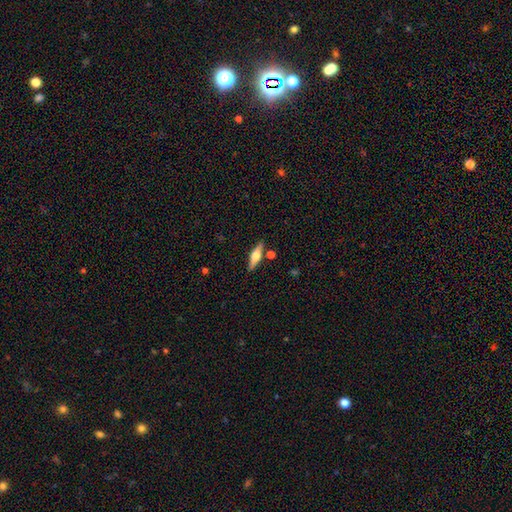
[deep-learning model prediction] Smooth or featured?
  - featured or disk: 53% *
  - smooth: 40%
  - star or artifact: 6%
Edge-on disk?
  - yes: 94% *
  - no: 6%
Edge-on bulge?
  - rounded: 91% *
  - boxy: 6%
  - none: 2%
Merging?
  - none: 83% *
  - minor disturbance: 9%
  - merger: 6%
  - major disturbance: 2%